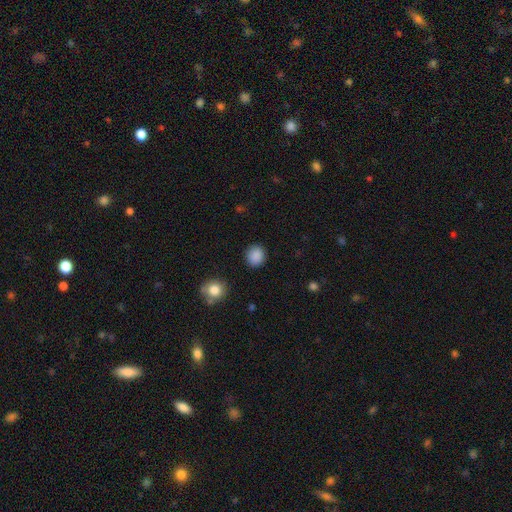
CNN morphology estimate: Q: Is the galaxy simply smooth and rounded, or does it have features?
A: smooth — 89%.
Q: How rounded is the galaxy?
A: round — 84%.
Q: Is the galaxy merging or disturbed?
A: none — 90%.